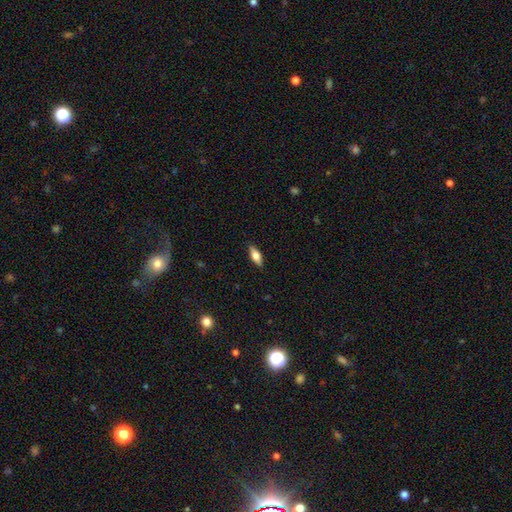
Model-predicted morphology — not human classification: smooth-or-featured: smooth: 64% | featured or disk: 29% | star or artifact: 7%
  how-rounded: in between: 69% | cigar-shaped: 28% | round: 3%
  merging: none: 88% | minor disturbance: 9% | major disturbance: 2% | merger: 1%